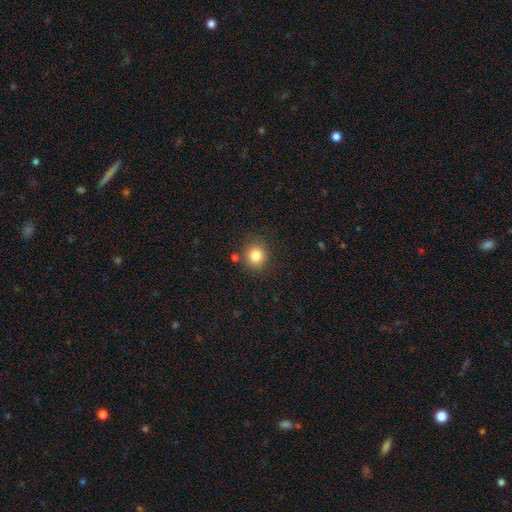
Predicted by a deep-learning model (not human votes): This is clearly a smooth galaxy (83%). How rounded: clearly round (85%). Merging: likely none (80%).